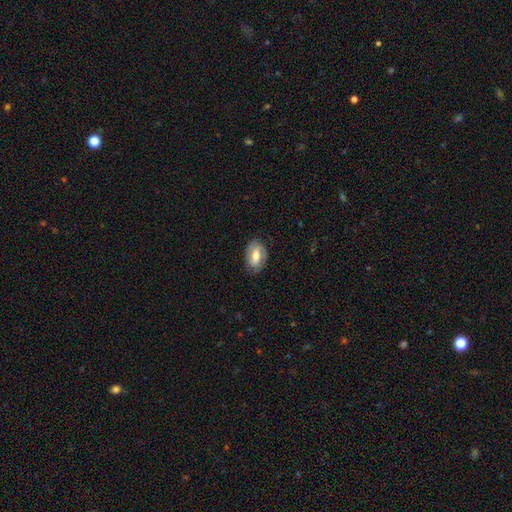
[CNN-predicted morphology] smooth_or_featured: smooth (p=0.47) [alt: featured or disk p=0.46]
merging: none (p=0.78) [alt: minor disturbance p=0.16]